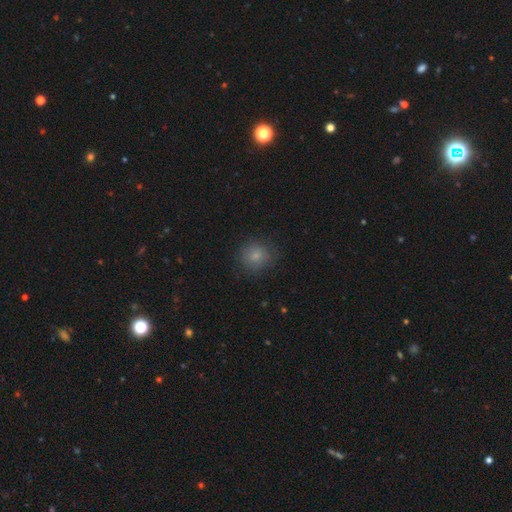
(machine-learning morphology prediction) The model was most divided on "smooth or featured": smooth: 81%, star or artifact: 11%, featured or disk: 8%. More confident: how rounded — round (86%); merging — none (83%).